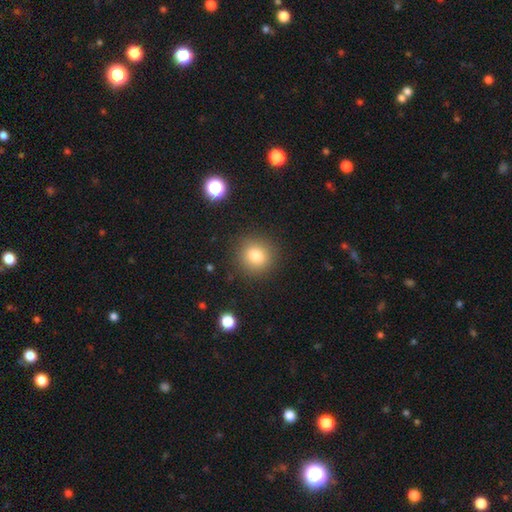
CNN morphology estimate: Q: Smooth or featured?
A: smooth (81%); runner-up: star or artifact (12%)
Q: How rounded?
A: round (87%); runner-up: in between (12%)
Q: Merging?
A: none (88%); runner-up: minor disturbance (8%)